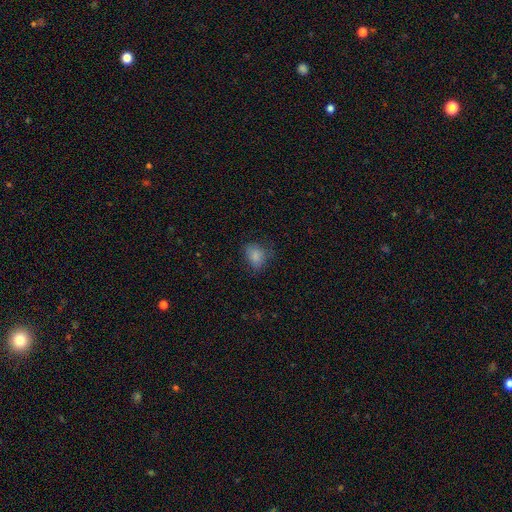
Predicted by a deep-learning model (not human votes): Smooth or featured? smooth (84%)
How rounded? in between (60%)
Merging? none (68%)